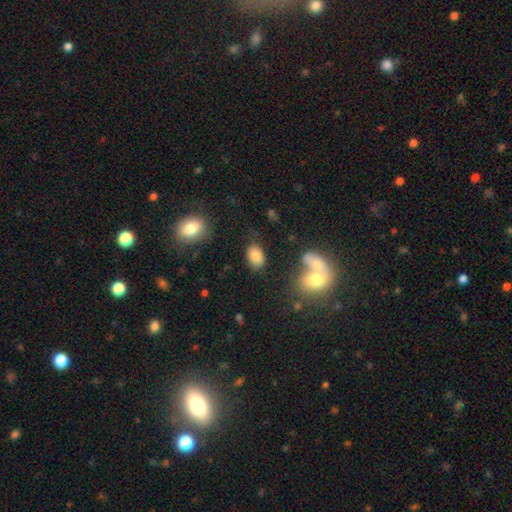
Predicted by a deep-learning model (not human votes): Smooth or featured: smooth — 82% (featured or disk — 9%)
How rounded: in between — 86% (round — 12%)
Merging: none — 78% (minor disturbance — 13%)